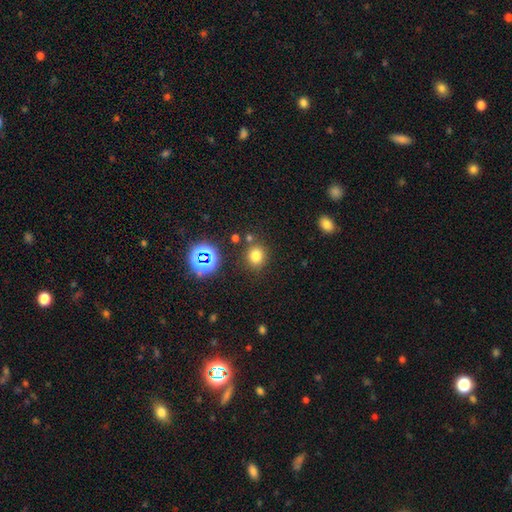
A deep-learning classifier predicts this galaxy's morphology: Smooth or featured?
  - smooth: 74% *
  - star or artifact: 20%
  - featured or disk: 7%
How rounded?
  - round: 78% *
  - in between: 21%
  - cigar-shaped: 1%
Merging?
  - none: 80% *
  - minor disturbance: 10%
  - merger: 7%
  - major disturbance: 4%